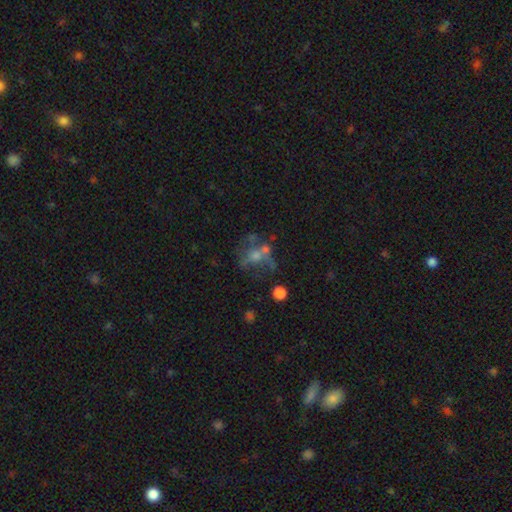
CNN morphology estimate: type=featured or disk (45%); merging=none (37%).